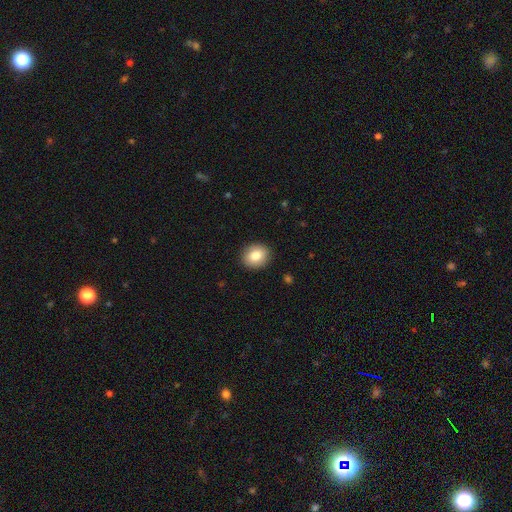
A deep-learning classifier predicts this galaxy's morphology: Smooth or featured: smooth — 83% (featured or disk — 9%)
How rounded: round — 65% (in between — 34%)
Merging: none — 91% (minor disturbance — 7%)